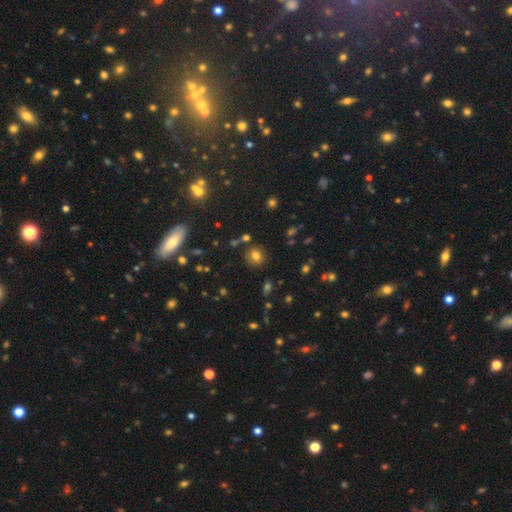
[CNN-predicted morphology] Overall: smooth (74%). How rounded: round (73%). Merging: none (81%).